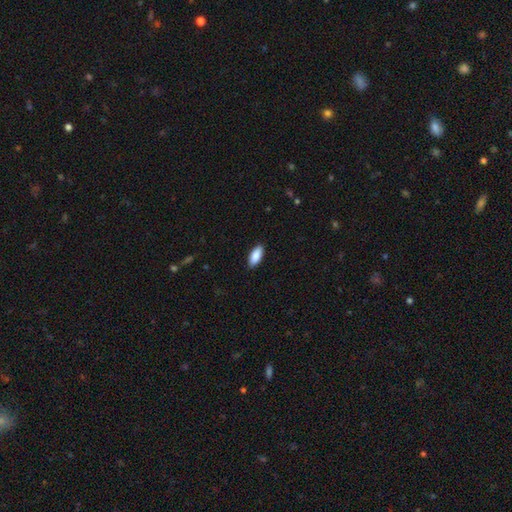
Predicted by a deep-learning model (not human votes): smooth 89%, star or artifact 6%, featured or disk 5%. Down the decision tree: how rounded — in between (85%); merging — none (89%).